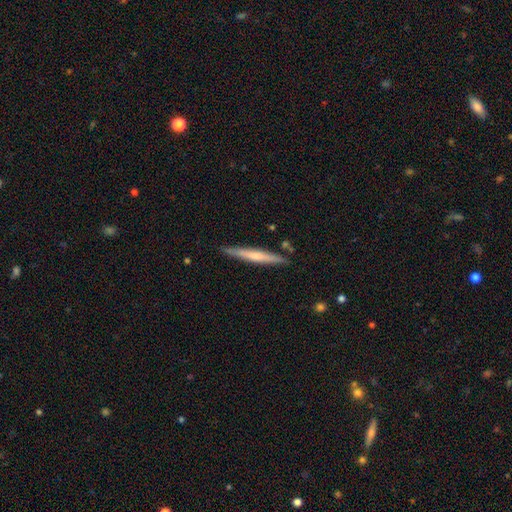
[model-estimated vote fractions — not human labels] smooth-or-featured: smooth: 47% (tied) | featured or disk: 47% (tied) | star or artifact: 5%
  merging: none: 87% | minor disturbance: 9% | merger: 2% | major disturbance: 2%